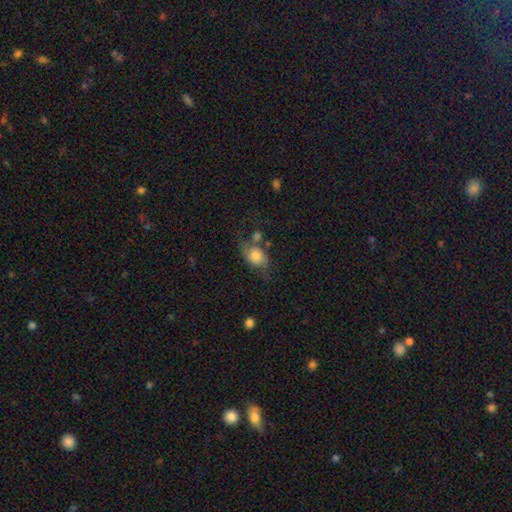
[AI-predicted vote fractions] A smooth galaxy with no disk features (59%) that is in between round and cigar-shaped (62%).

Vote fractions:
- Smooth or featured? smooth: 59% / featured or disk: 32% / star or artifact: 9%
- How rounded? in between: 62% / round: 36% / cigar-shaped: 2%
- Merging? none: 43% / minor disturbance: 25% / major disturbance: 19% / merger: 13%